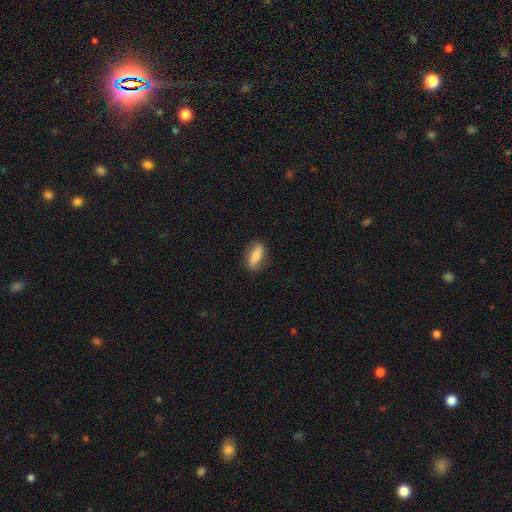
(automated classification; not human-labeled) Smooth or featured? smooth (73%)
How rounded? in between (75%)
Merging? none (81%)